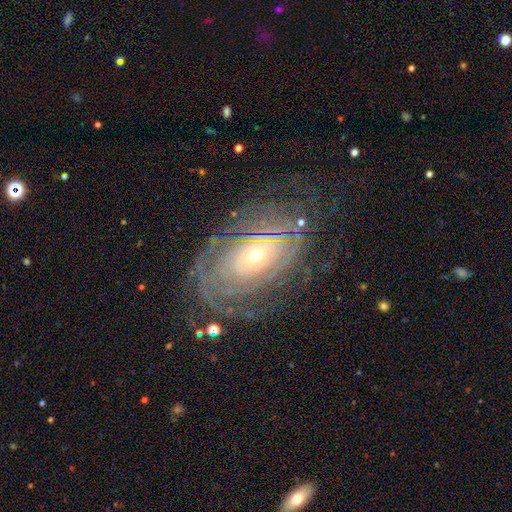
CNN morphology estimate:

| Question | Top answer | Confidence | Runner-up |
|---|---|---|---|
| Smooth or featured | featured or disk | 82% | smooth (10%) |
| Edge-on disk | no | 94% | yes (6%) |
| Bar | no | 75% | weak (17%) |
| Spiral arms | yes | 87% | no (13%) |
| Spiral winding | tight | 78% | medium (16%) |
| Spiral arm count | can't tell | 48% | more than 4 (13%) |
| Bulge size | small | 53% | moderate (41%) |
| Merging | none | 70% | minor disturbance (17%) |